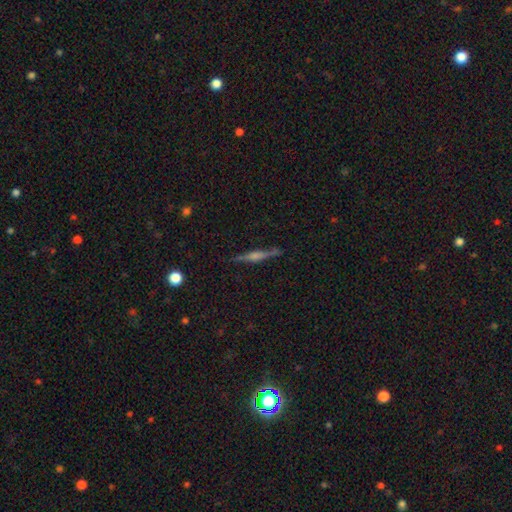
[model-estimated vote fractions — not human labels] The model was most divided on "edge-on bulge": rounded: 64%, boxy: 25%, none: 11%. More confident: edge-on disk — yes (98%); merging — none (88%); smooth or featured — featured or disk (73%).